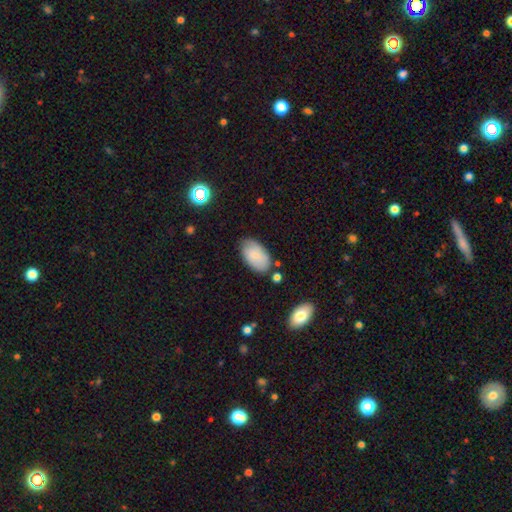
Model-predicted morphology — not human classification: Smooth or featured?
  - smooth: 78% *
  - featured or disk: 15%
  - star or artifact: 7%
How rounded?
  - in between: 95% *
  - round: 4%
  - cigar-shaped: 1%
Merging?
  - none: 73% *
  - minor disturbance: 19%
  - major disturbance: 4%
  - merger: 4%